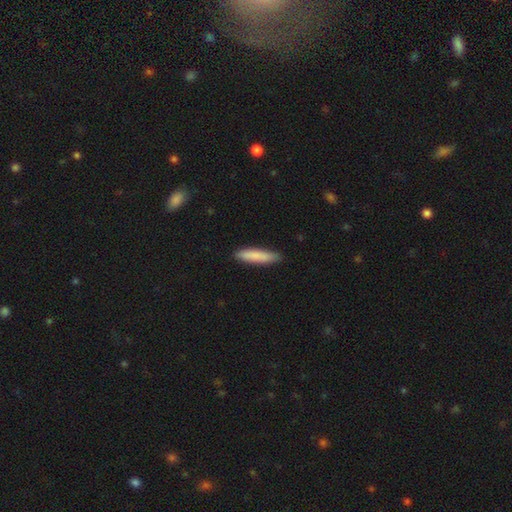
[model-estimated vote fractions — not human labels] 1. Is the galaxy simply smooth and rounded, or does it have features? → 85% smooth, 10% featured or disk, 5% star or artifact.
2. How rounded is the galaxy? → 85% cigar-shaped, 14% in between, 1% round.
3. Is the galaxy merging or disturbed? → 87% none, 11% minor disturbance, 2% major disturbance, 1% merger.